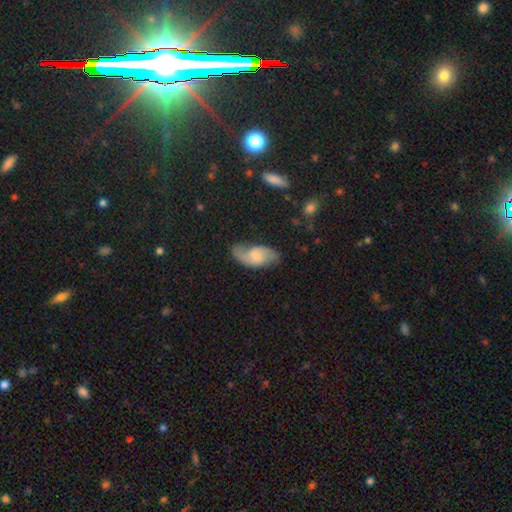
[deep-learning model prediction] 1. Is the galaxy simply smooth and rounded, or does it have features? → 58% featured or disk, 35% smooth, 7% star or artifact.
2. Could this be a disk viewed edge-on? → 94% no, 6% yes.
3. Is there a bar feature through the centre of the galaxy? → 50% weak, 39% no, 11% strong.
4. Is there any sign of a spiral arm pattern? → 89% yes, 11% no.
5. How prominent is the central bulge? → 37% small, 35% moderate, 19% none, 8% large, 2% dominant.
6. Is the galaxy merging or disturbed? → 63% none, 24% minor disturbance, 10% major disturbance, 2% merger.